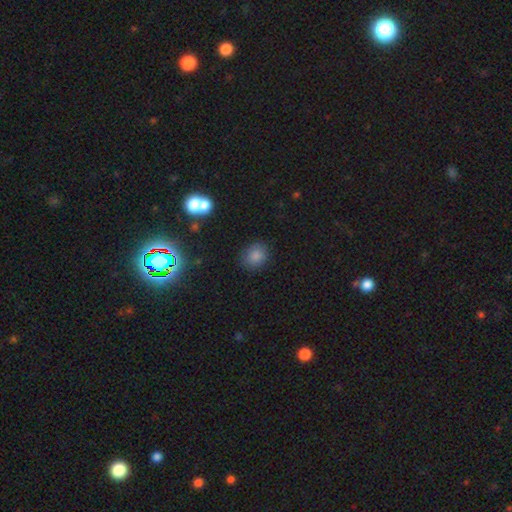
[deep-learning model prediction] The model was most divided on "how rounded": round: 70%, in between: 29%, cigar-shaped: 1%. More confident: merging — none (83%); smooth or featured — smooth (82%).